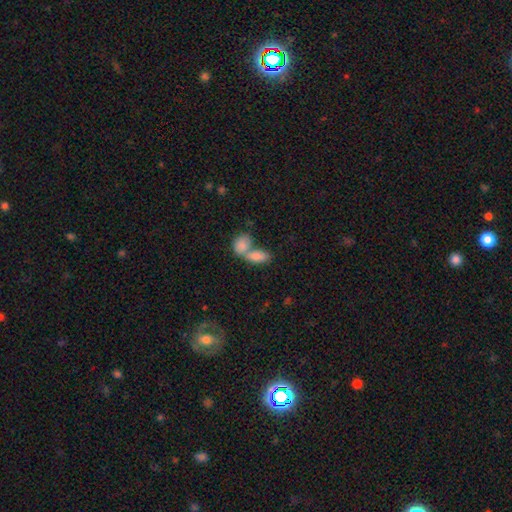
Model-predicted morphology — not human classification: Q: Smooth or featured?
A: smooth (80%); runner-up: featured or disk (11%)
Q: How rounded?
A: in between (87%); runner-up: round (7%)
Q: Merging?
A: merger (63%); runner-up: none (25%)